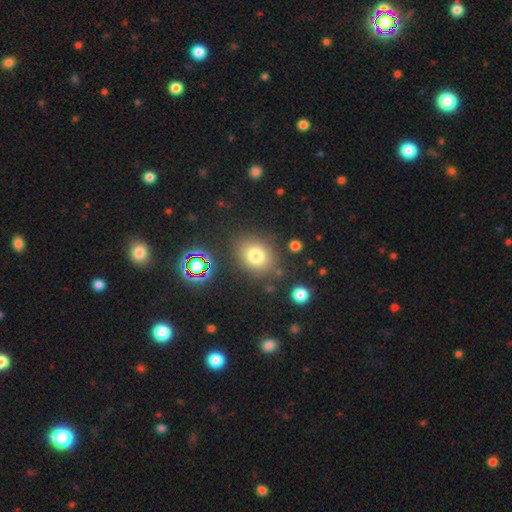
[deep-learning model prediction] A smooth galaxy with no disk features (77%) that is round (59%).

Vote fractions:
- Smooth or featured? smooth: 77% / star or artifact: 15% / featured or disk: 8%
- How rounded? round: 59% / in between: 40% / cigar-shaped: 1%
- Merging? none: 81% / minor disturbance: 11% / merger: 4% / major disturbance: 4%